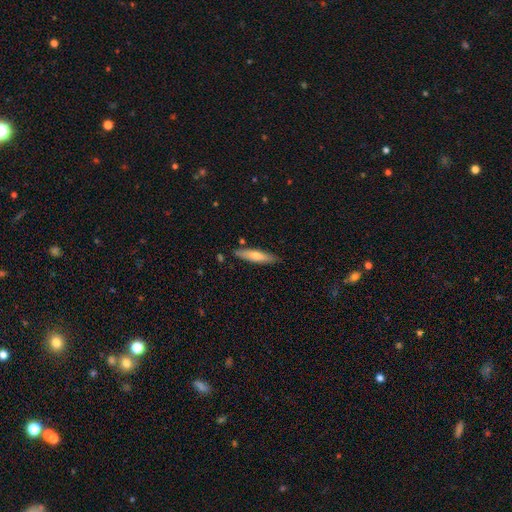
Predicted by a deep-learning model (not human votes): Overall: smooth (64%; featured or disk 30%). How rounded: cigar-shaped (78%). Merging: none (83%).